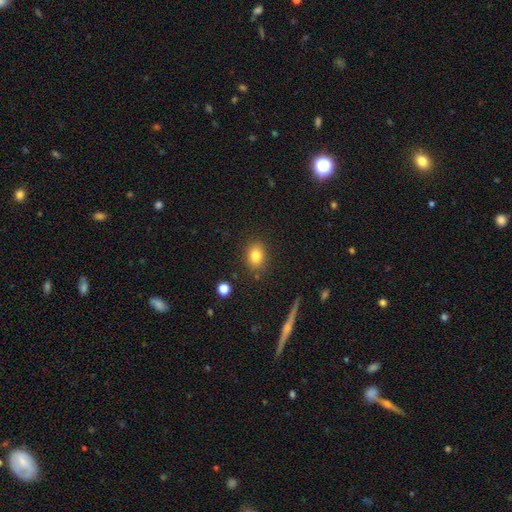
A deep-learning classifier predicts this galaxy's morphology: Smooth or featured? Predicted: smooth (p=0.81). How rounded? Predicted: in between (p=0.51). Merging? Predicted: none (p=0.84).